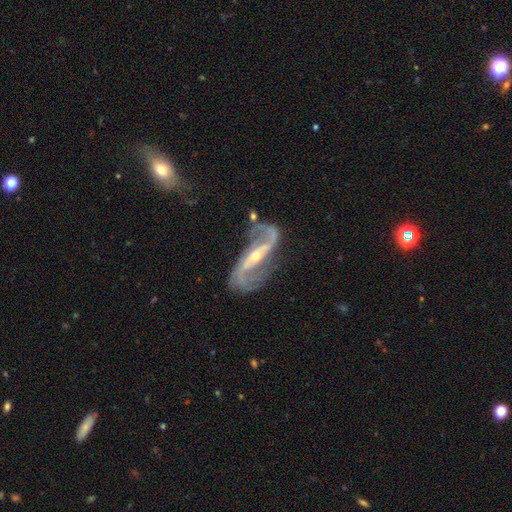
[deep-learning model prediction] Smooth or featured: featured or disk — 91% (star or artifact — 5%)
Edge-on disk: no — 94% (yes — 6%)
Bar: strong — 53% (weak — 26%)
Spiral arms: yes — 97% (no — 3%)
Spiral winding: loose — 64% (medium — 27%)
Spiral arm count: 2 — 93% (can't tell — 2%)
Bulge size: small — 61% (moderate — 36%)
Merging: none — 66% (minor disturbance — 19%)